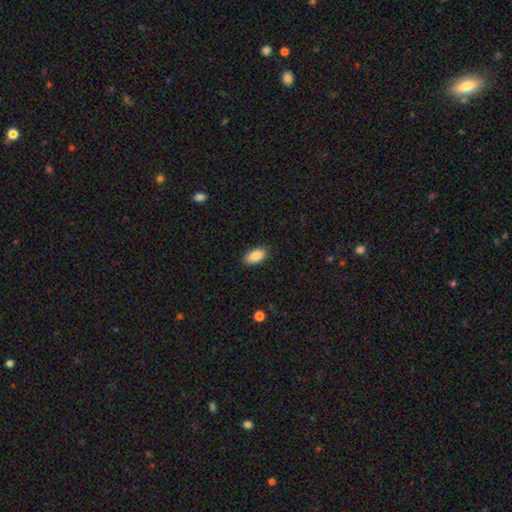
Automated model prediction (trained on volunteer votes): Morphology: type=smooth (88%); roundness=in between (93%); merging=none (87%).